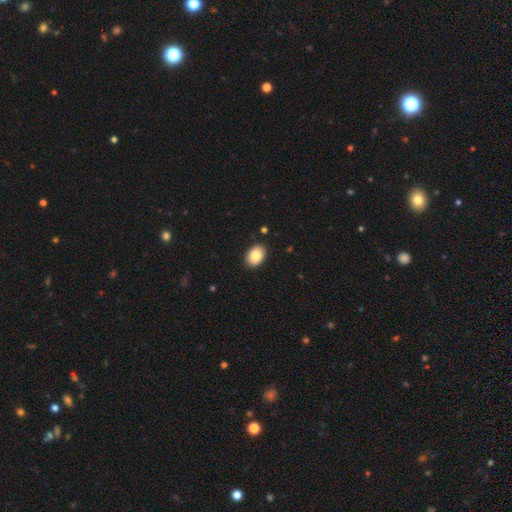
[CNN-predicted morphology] Overall: smooth (85%). How rounded: in between (81%). Merging: none (89%).